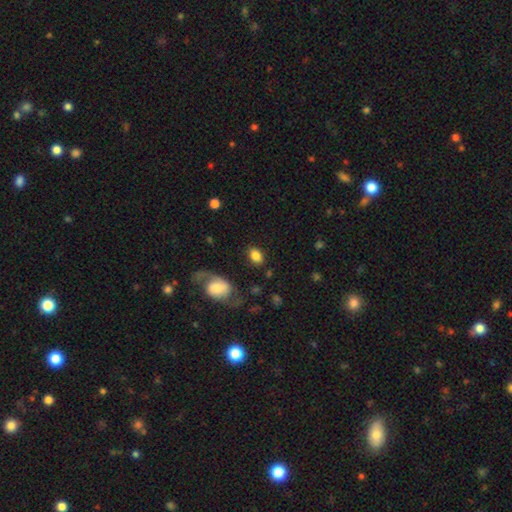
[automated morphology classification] A smooth galaxy with no disk features (82%) that is in between round and cigar-shaped (76%).

Vote fractions:
- Smooth or featured? smooth: 82% / featured or disk: 11% / star or artifact: 8%
- How rounded? in between: 76% / round: 22% / cigar-shaped: 2%
- Merging? none: 78% / minor disturbance: 12% / major disturbance: 6% / merger: 4%